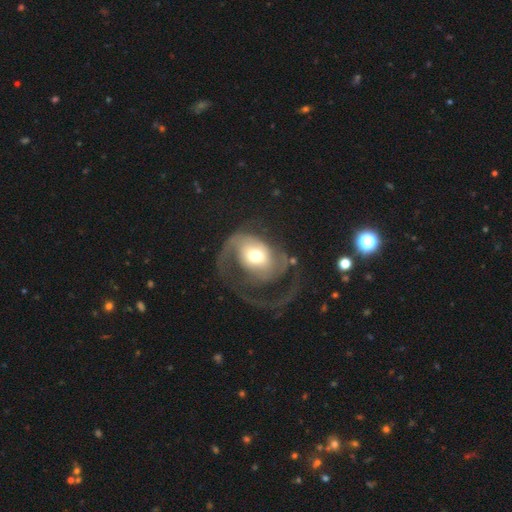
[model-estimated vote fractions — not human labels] This appears to be a featured or disk galaxy (70%) with no bar (66%), 1 (54%) loose (43%) spiral arms (80%) and a moderate central bulge (64%). Merging: major disturbance (56%).